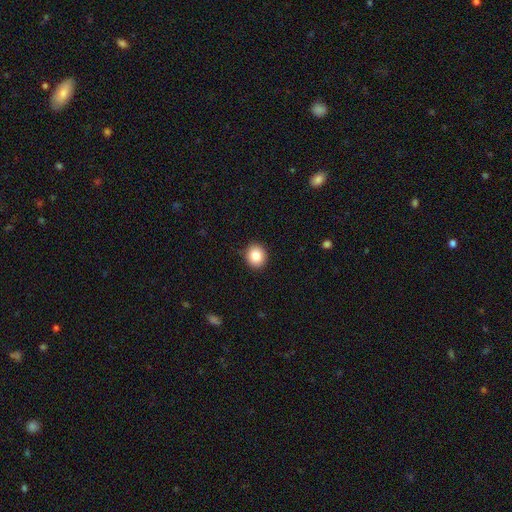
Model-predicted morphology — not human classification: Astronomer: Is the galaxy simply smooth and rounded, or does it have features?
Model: smooth — 84%.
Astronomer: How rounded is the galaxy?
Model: round — 84%.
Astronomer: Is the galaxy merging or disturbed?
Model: none — 90%.